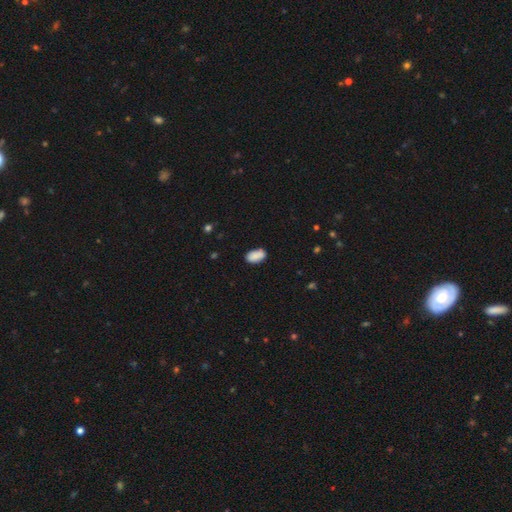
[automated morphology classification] Smooth or featured? Predicted: smooth (p=0.86). How rounded? Predicted: in between (p=0.93). Merging? Predicted: none (p=0.76).